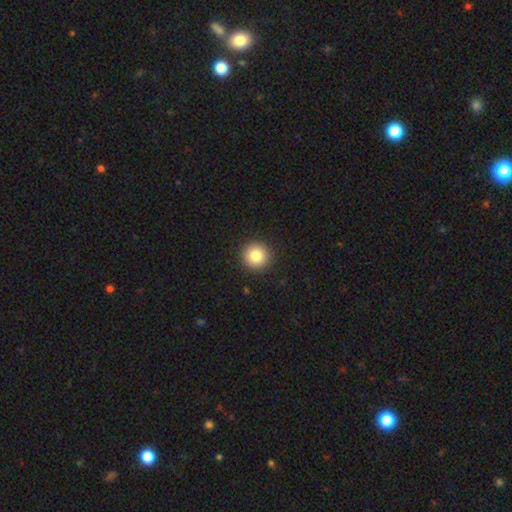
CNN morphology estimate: Smooth or featured: smooth — 85% (star or artifact — 9%)
How rounded: round — 95% (in between — 4%)
Merging: none — 92% (minor disturbance — 5%)